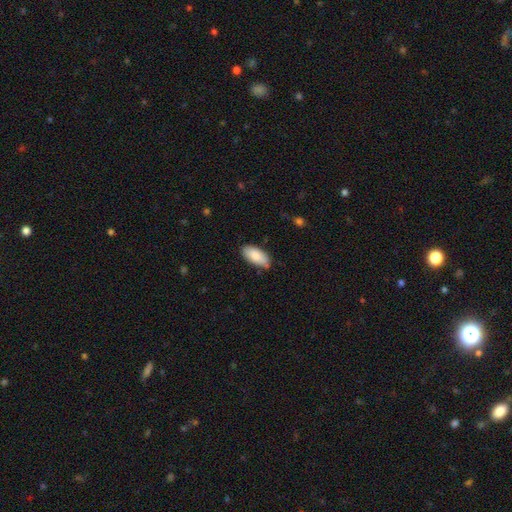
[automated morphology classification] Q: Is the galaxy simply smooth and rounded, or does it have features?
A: smooth — 87%.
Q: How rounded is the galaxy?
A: in between — 92%.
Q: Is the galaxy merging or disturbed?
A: none — 78%.